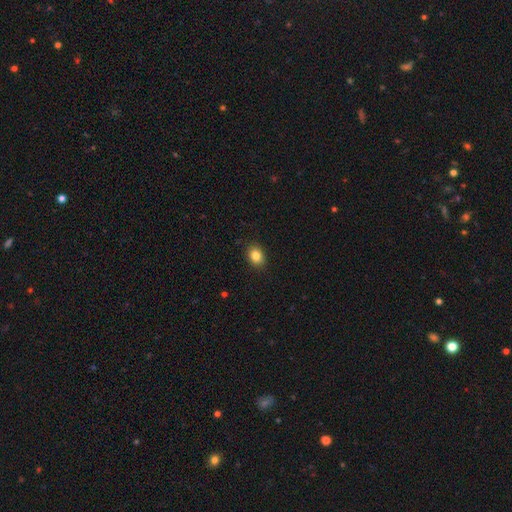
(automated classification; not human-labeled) smooth_or_featured: smooth (p=0.84) [alt: star or artifact p=0.10]
how_rounded: in between (p=0.62) [alt: round p=0.37]
merging: none (p=0.89) [alt: minor disturbance p=0.08]